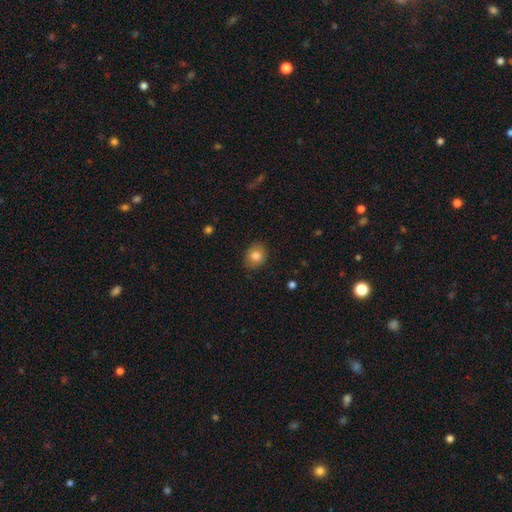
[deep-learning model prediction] Smooth or featured?
  - smooth: 83% *
  - star or artifact: 9%
  - featured or disk: 8%
How rounded?
  - round: 63% *
  - in between: 36%
  - cigar-shaped: 1%
Merging?
  - none: 84% *
  - minor disturbance: 12%
  - major disturbance: 3%
  - merger: 1%